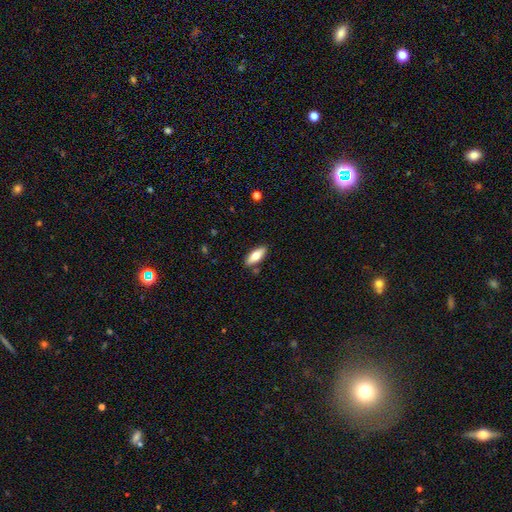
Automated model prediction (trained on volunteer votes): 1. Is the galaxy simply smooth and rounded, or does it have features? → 69% smooth, 25% featured or disk, 6% star or artifact.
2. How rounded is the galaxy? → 68% in between, 29% cigar-shaped, 2% round.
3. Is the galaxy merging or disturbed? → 85% none, 10% minor disturbance, 3% merger, 2% major disturbance.